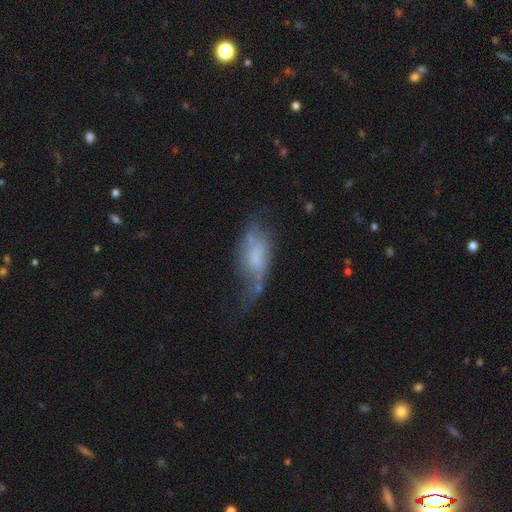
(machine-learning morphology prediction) featured or disk 48%, smooth 43%, star or artifact 10%. Down the decision tree: merging — major disturbance (36%).